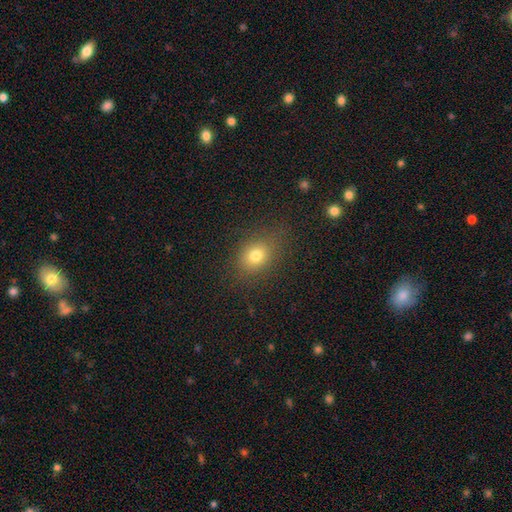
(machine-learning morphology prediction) smooth_or_featured: smooth (p=0.75) [alt: star or artifact p=0.15]
how_rounded: round (p=0.50) [alt: in between p=0.49]
merging: none (p=0.80) [alt: minor disturbance p=0.13]